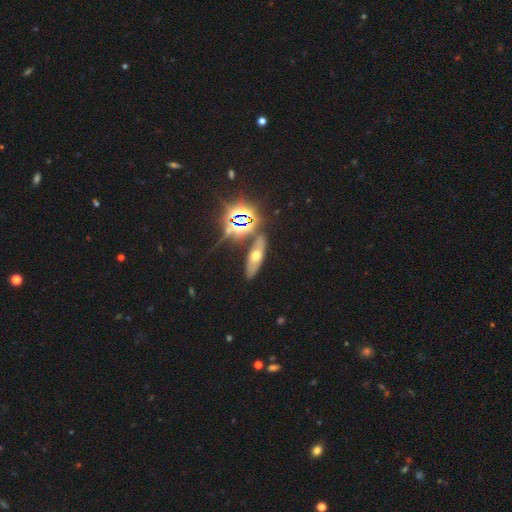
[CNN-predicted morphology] type=smooth (36%); merging=none (77%).